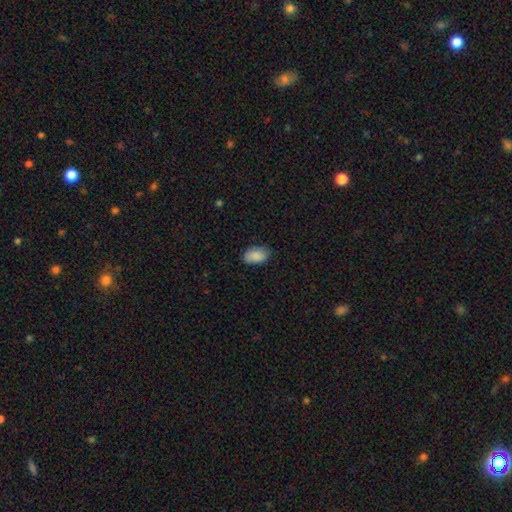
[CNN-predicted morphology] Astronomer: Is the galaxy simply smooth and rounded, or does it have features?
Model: smooth — 89%.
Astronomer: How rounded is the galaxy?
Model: in between — 92%.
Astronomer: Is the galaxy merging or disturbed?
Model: none — 84%.